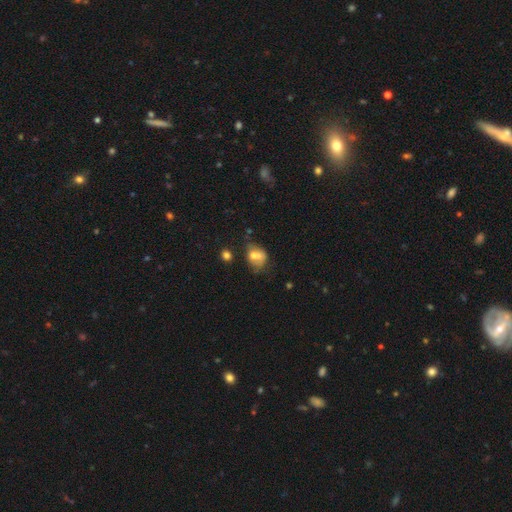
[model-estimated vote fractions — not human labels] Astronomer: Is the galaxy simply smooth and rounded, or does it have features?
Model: smooth — 59%.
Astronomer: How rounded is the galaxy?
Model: in between — 60% (runner-up: round, 38%).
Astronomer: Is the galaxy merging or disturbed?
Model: none — 35% (runner-up: merger, 28%).